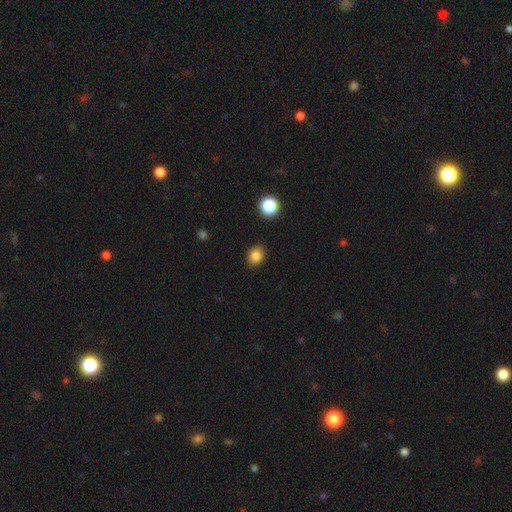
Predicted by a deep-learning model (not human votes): smooth 84%, star or artifact 11%, featured or disk 4%. Down the decision tree: how rounded — round (52%); merging — none (88%).